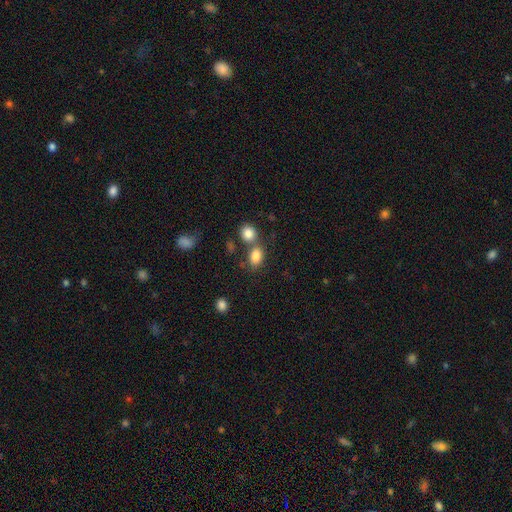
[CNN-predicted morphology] This is clearly a smooth galaxy (83%). How rounded: likely in between (72%). Merging: possibly none (53%).